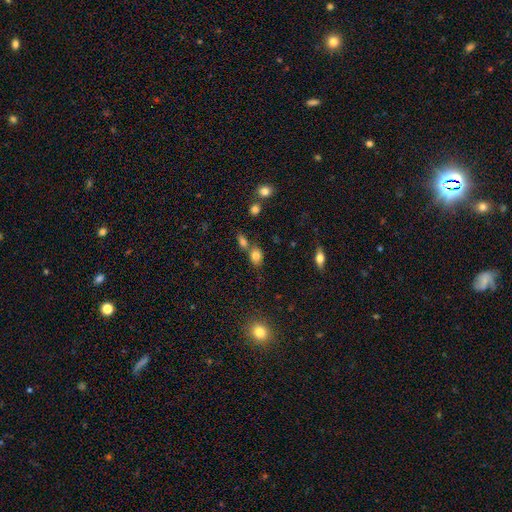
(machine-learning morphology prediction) This is likely a smooth galaxy (79%). How rounded: likely in between (62%). Merging: possibly none (55%).